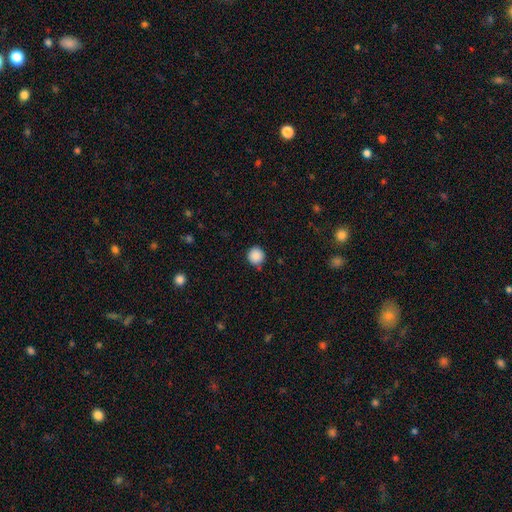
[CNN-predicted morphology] This appears to be a smooth galaxy with no disk features (88%) that is round (94%). Merging: none (86%).